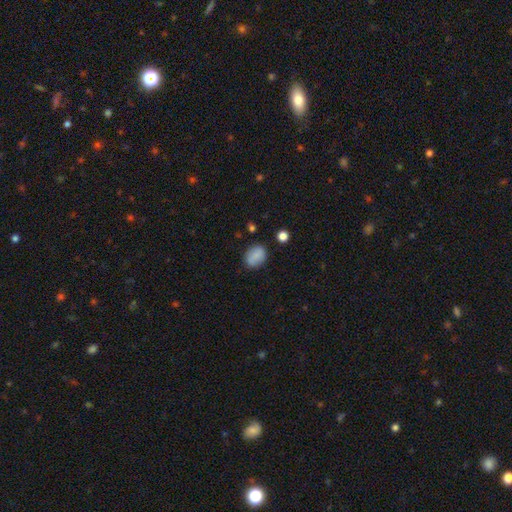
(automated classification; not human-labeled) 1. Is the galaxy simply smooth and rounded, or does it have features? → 82% smooth, 9% star or artifact, 9% featured or disk.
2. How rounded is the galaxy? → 63% in between, 35% round, 1% cigar-shaped.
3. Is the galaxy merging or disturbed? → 75% none, 17% minor disturbance, 4% major disturbance, 4% merger.